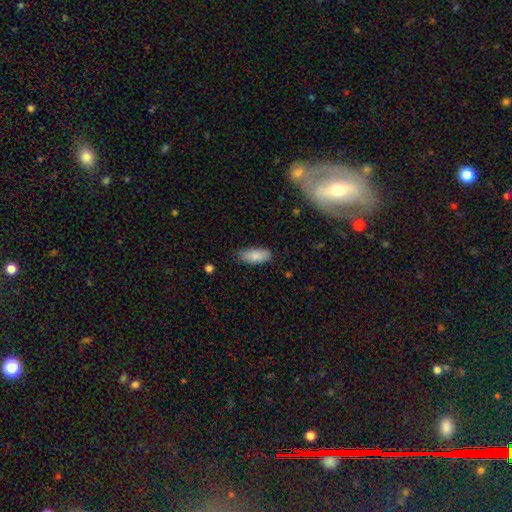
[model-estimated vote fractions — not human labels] Overall: smooth (86%). How rounded: in between (84%). Merging: none (74%).